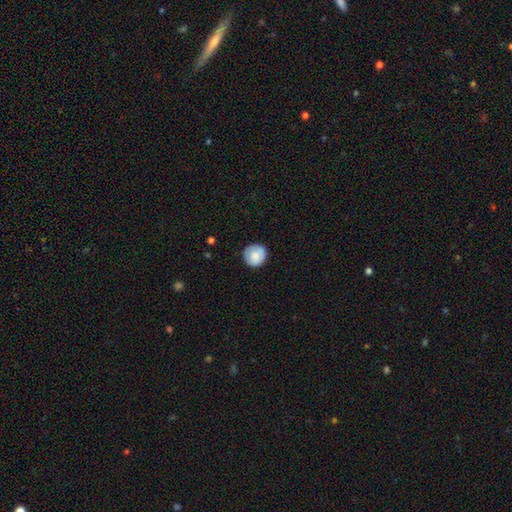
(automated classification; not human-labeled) Smooth or featured: smooth — 80% (featured or disk — 13%)
How rounded: round — 93% (in between — 6%)
Merging: none — 85% (minor disturbance — 12%)